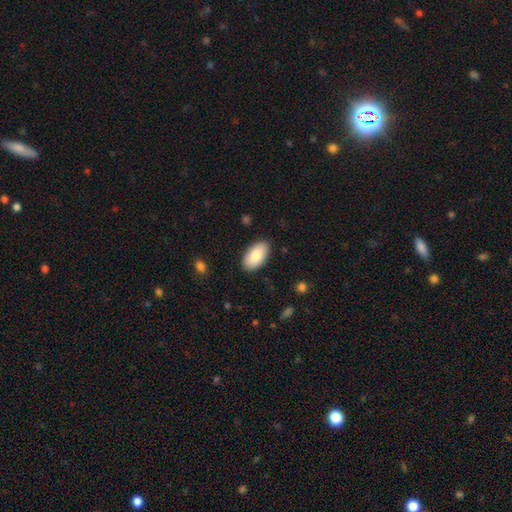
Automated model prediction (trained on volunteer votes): smooth_or_featured: smooth (p=0.86) [alt: featured or disk p=0.09]
how_rounded: in between (p=0.96) [alt: round p=0.02]
merging: none (p=0.88) [alt: minor disturbance p=0.09]